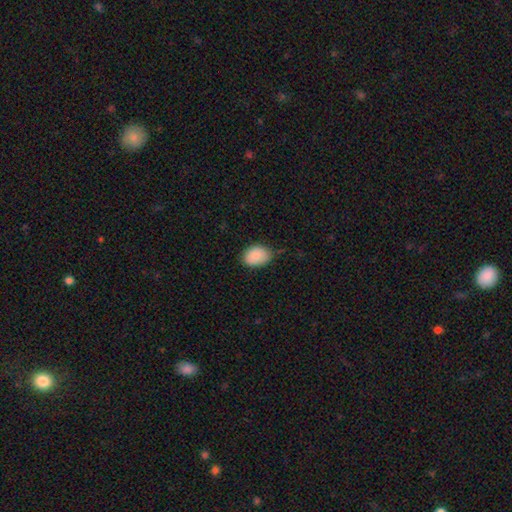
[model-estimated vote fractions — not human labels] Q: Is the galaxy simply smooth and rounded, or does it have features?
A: smooth — 88%.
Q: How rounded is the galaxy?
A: in between — 79%.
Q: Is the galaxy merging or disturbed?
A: none — 69%.